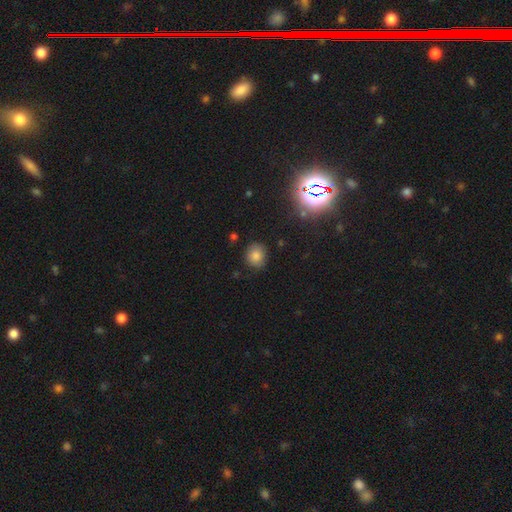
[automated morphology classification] This is likely a smooth galaxy (79%). How rounded: likely round (75%). Merging: clearly none (84%).